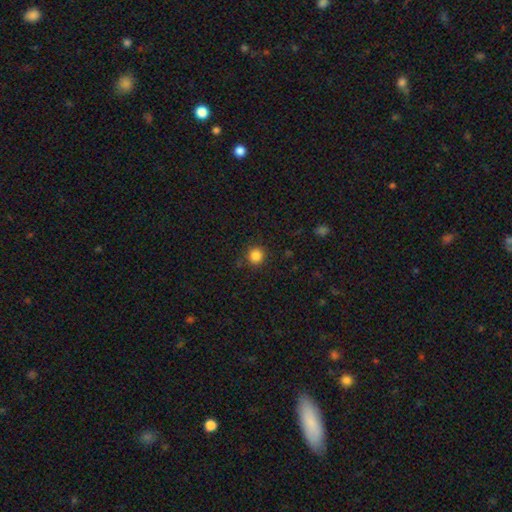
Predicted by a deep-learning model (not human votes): Morphology: type=smooth (85%); roundness=round (92%); merging=none (89%).